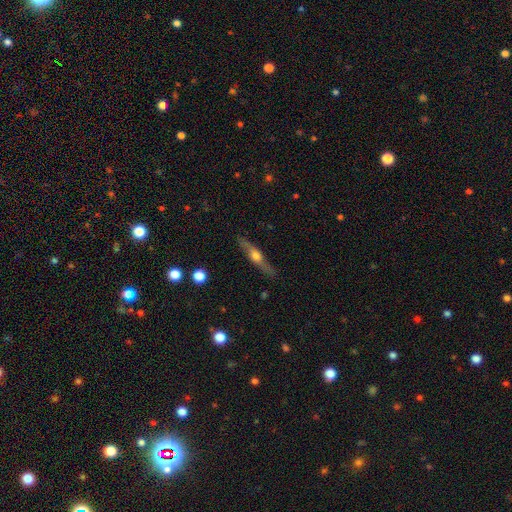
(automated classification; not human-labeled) Smooth or featured? featured or disk (66%)
Edge-on disk? yes (92%)
Edge-on bulge? rounded (91%)
Merging? none (85%)